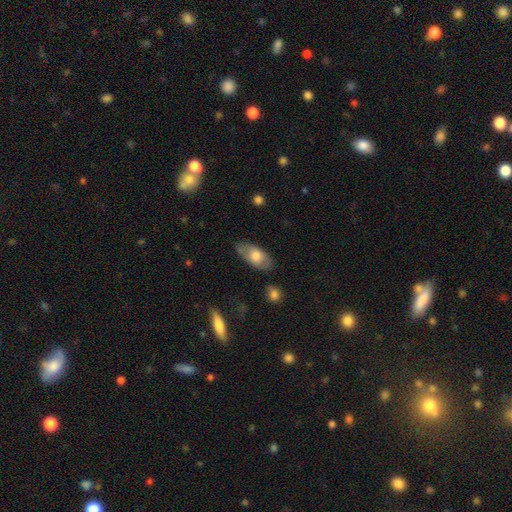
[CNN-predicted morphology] A smooth galaxy with no disk features (63%) that is in between round and cigar-shaped (91%).

Vote fractions:
- Smooth or featured? smooth: 63% / featured or disk: 31% / star or artifact: 6%
- How rounded? in between: 91% / cigar-shaped: 6% / round: 3%
- Merging? none: 77% / minor disturbance: 17% / major disturbance: 4% / merger: 2%